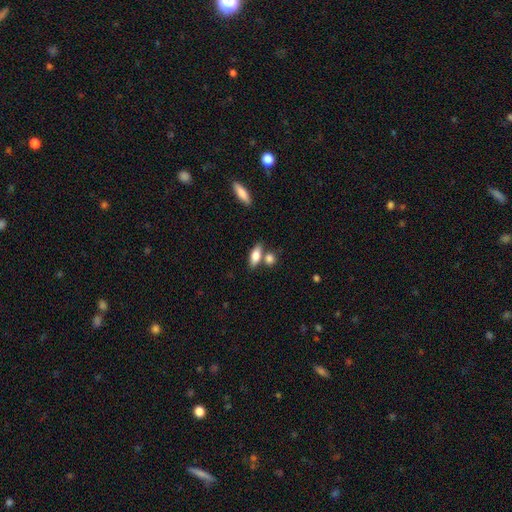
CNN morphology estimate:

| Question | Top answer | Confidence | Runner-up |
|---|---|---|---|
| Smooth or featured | smooth | 77% | featured or disk (16%) |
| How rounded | in between | 73% | cigar-shaped (20%) |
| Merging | none | 61% | merger (23%) |